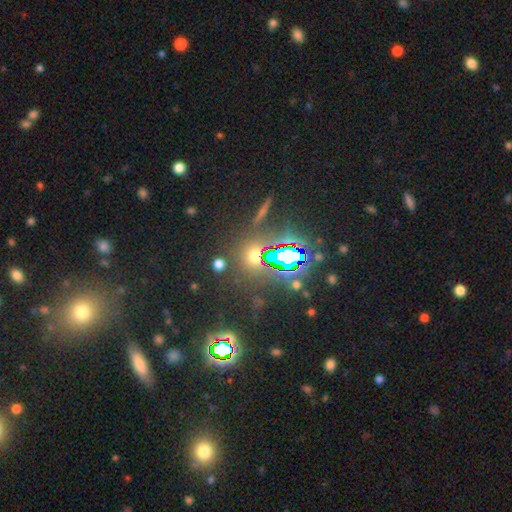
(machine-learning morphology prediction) The model was most divided on "smooth or featured": star or artifact: 49%, smooth: 42%, featured or disk: 10%.